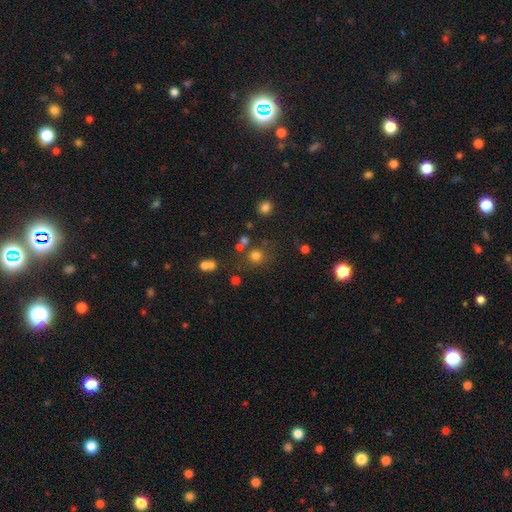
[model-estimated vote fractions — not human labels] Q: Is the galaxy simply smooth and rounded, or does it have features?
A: smooth — 73%.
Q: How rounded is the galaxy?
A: round — 89%.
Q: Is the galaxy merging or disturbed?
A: none — 72%.